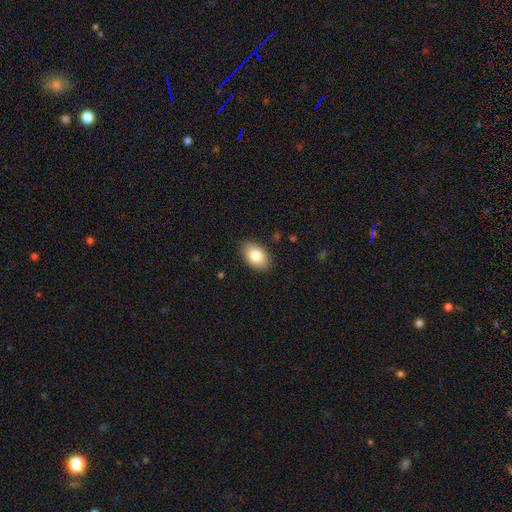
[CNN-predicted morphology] smooth-or-featured: smooth: 82% | featured or disk: 11% | star or artifact: 7%
  how-rounded: in between: 90% | round: 9% | cigar-shaped: 1%
  merging: none: 86% | minor disturbance: 10% | major disturbance: 2% | merger: 1%